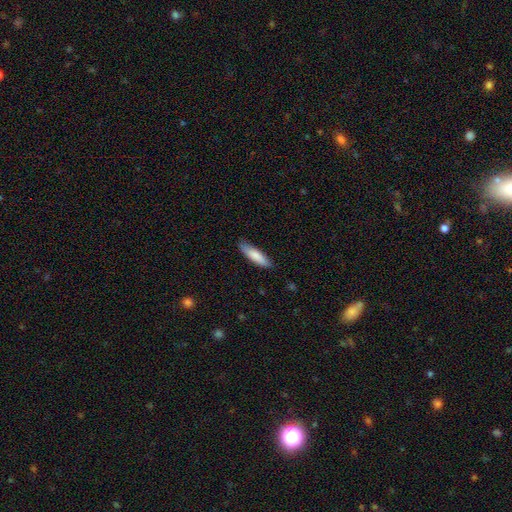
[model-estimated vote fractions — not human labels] This is clearly a smooth galaxy (83%). How rounded: likely cigar-shaped (65%). Merging: clearly none (85%).